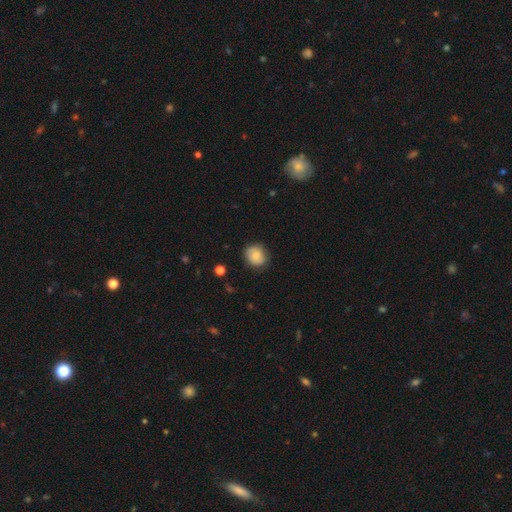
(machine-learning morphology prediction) type=smooth (79%); roundness=round (76%); merging=none (79%).